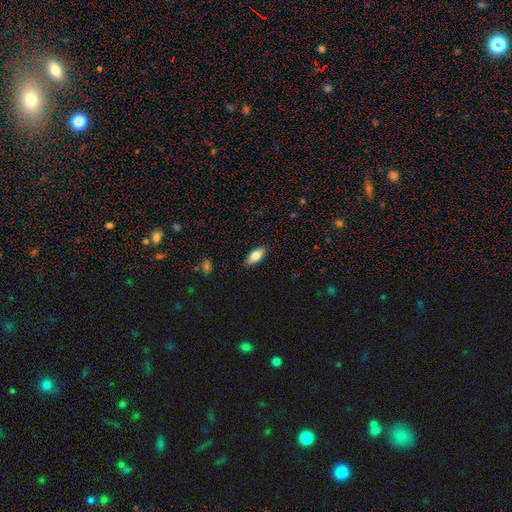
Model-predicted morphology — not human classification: Smooth or featured? smooth (77%)
How rounded? in between (85%)
Merging? none (87%)